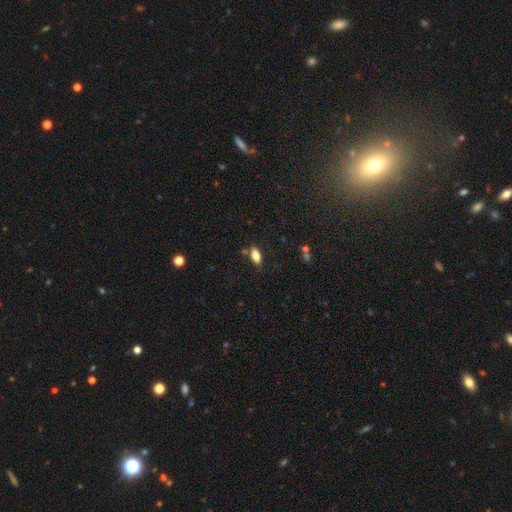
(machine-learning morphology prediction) Smooth or featured?
  - smooth: 82% *
  - featured or disk: 9%
  - star or artifact: 9%
How rounded?
  - in between: 89% *
  - cigar-shaped: 7%
  - round: 4%
Merging?
  - none: 78% *
  - minor disturbance: 13%
  - merger: 6%
  - major disturbance: 3%